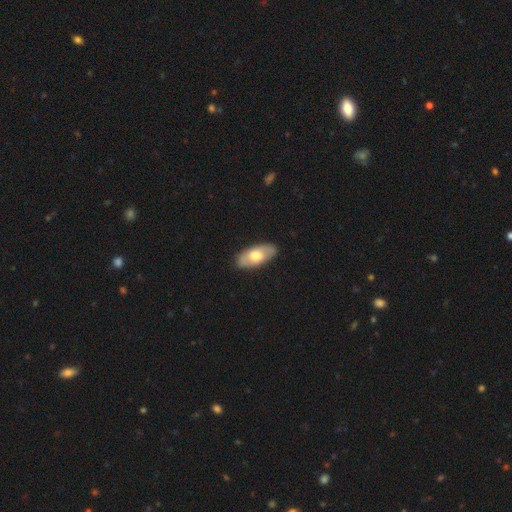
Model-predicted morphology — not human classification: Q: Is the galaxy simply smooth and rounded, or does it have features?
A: smooth — 60%.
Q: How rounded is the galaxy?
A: in between — 90%.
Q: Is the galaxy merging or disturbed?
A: none — 87%.